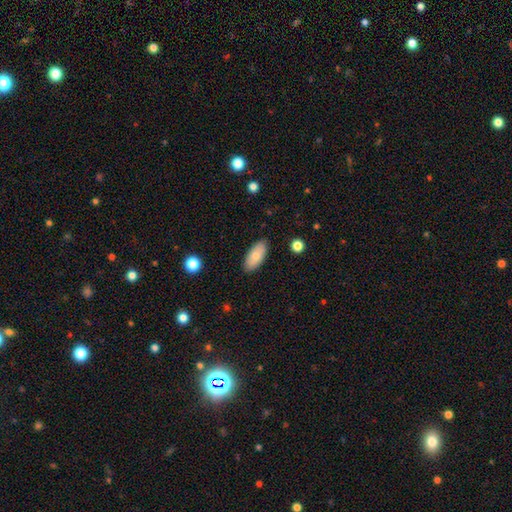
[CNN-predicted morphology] Smooth or featured? Predicted: smooth (p=0.80). How rounded? Predicted: in between (p=0.87). Merging? Predicted: none (p=0.87).